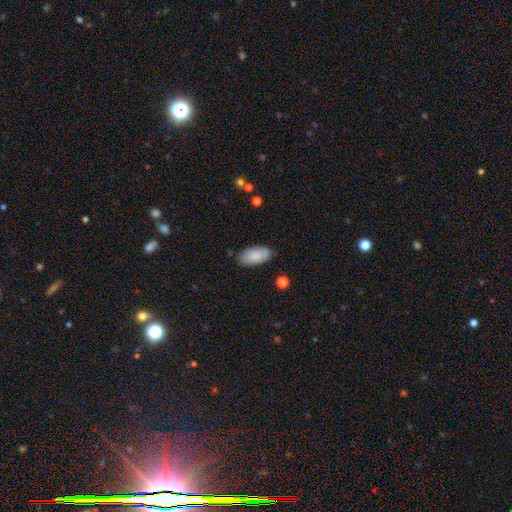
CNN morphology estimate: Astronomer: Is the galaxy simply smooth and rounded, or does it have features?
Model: smooth — 87%.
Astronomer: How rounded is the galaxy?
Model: in between — 94%.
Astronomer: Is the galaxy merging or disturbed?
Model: none — 83%.